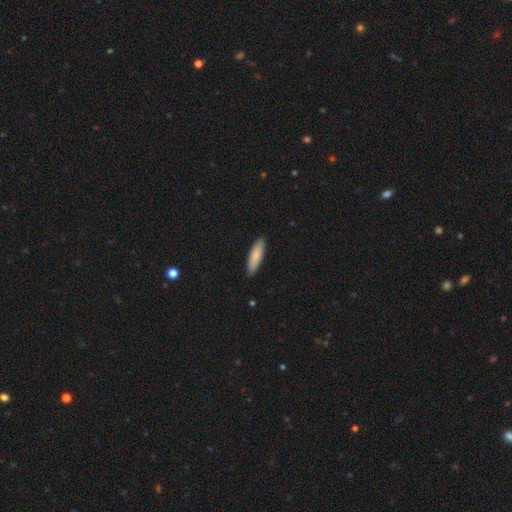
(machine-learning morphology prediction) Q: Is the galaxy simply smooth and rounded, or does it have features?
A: smooth — 84%.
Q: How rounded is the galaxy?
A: cigar-shaped — 59%.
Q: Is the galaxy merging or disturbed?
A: none — 88%.